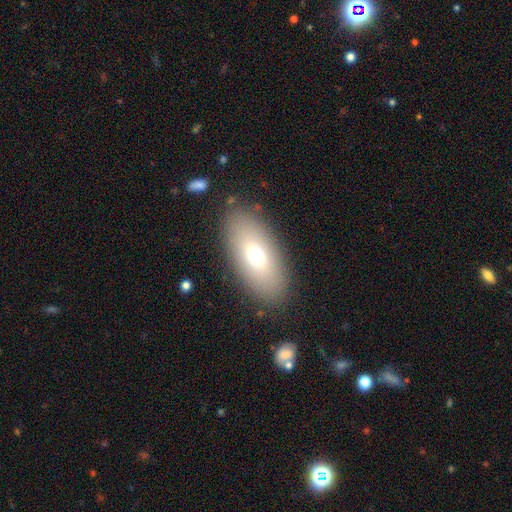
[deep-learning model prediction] Smooth or featured? Predicted: smooth (p=0.68). How rounded? Predicted: in between (p=0.89). Merging? Predicted: none (p=0.86).